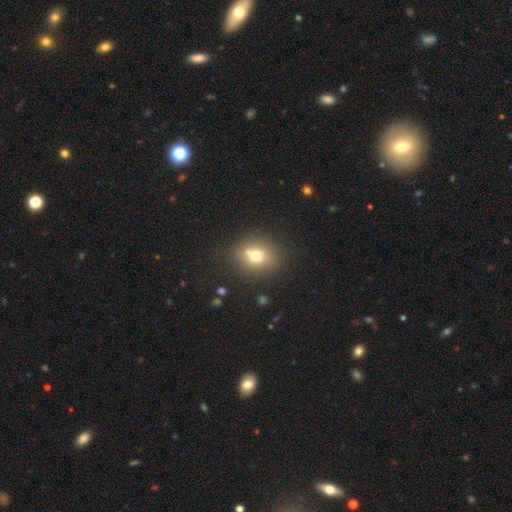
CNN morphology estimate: smooth-or-featured: smooth: 70% | featured or disk: 15% | star or artifact: 15%
  how-rounded: round: 70% | in between: 29% | cigar-shaped: 1%
  merging: none: 71% | merger: 15% | minor disturbance: 11% | major disturbance: 4%